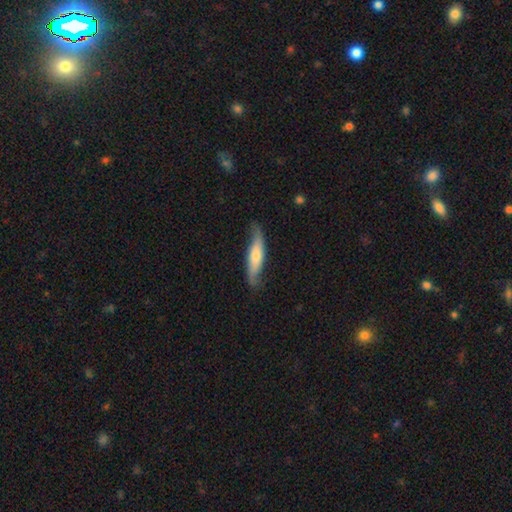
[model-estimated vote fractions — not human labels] The model was most divided on "smooth or featured": featured or disk: 50%, smooth: 44%, star or artifact: 6%. More confident: merging — none (72%); edge-on disk — yes (54%).